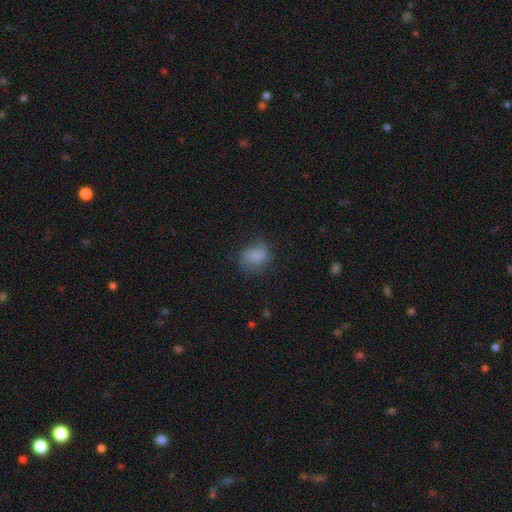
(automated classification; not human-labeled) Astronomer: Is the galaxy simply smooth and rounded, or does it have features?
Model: smooth — 79%.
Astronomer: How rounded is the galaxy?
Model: in between — 53% (runner-up: round, 46%).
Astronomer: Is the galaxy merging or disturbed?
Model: none — 61%.